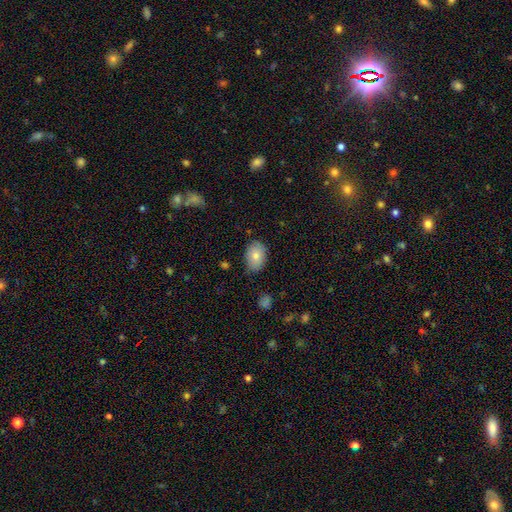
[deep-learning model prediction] Smooth or featured: smooth — 80% (featured or disk — 13%)
How rounded: in between — 84% (round — 15%)
Merging: none — 78% (minor disturbance — 17%)